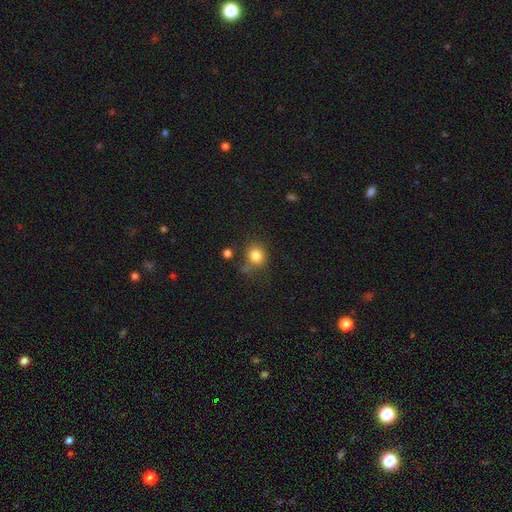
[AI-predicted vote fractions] Smooth or featured? smooth (82%)
How rounded? round (81%)
Merging? none (66%)